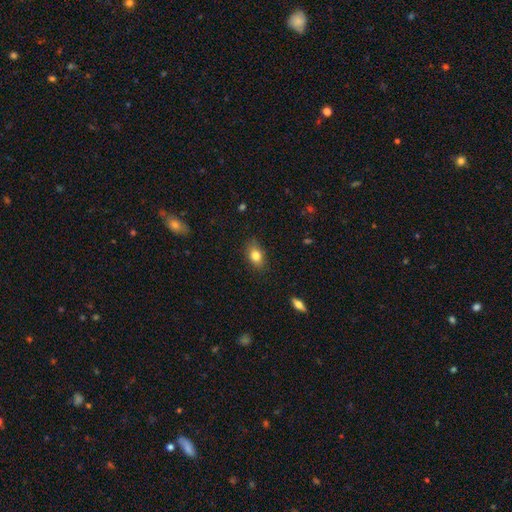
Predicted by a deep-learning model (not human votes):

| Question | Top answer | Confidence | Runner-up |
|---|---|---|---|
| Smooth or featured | smooth | 81% | featured or disk (10%) |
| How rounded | in between | 78% | round (20%) |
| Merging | none | 81% | minor disturbance (15%) |